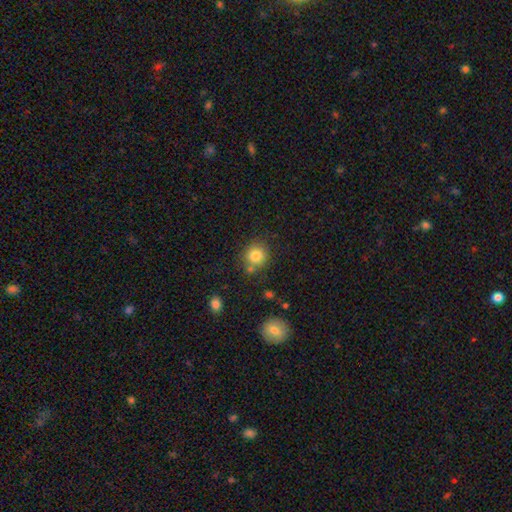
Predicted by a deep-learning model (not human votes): A smooth galaxy with no disk features (82%) that is round (85%).

Vote fractions:
- Smooth or featured? smooth: 82% / star or artifact: 11% / featured or disk: 7%
- How rounded? round: 85% / in between: 14% / cigar-shaped: 1%
- Merging? none: 74% / minor disturbance: 12% / merger: 11% / major disturbance: 4%